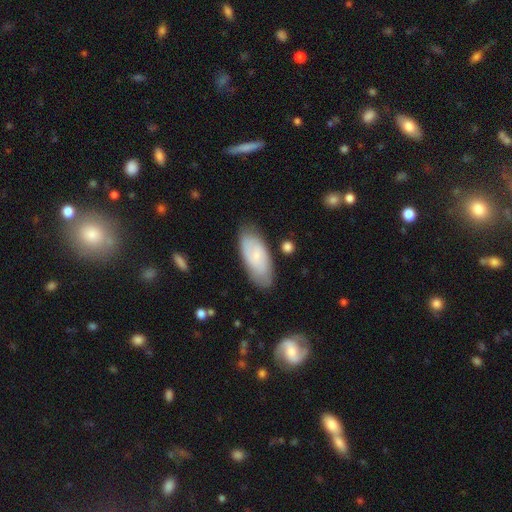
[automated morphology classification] This is possibly a smooth galaxy (57%). How rounded: clearly in between (85%). Merging: likely none (78%).